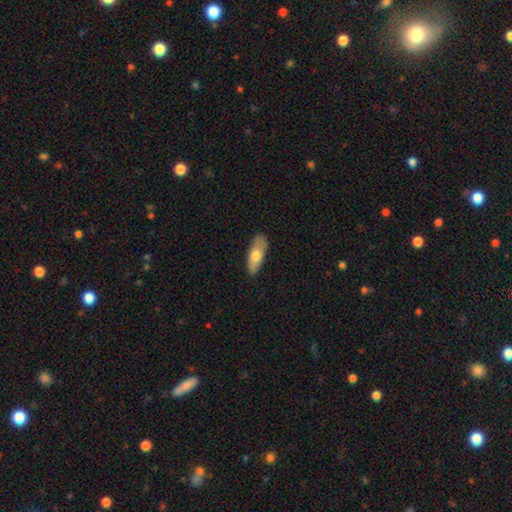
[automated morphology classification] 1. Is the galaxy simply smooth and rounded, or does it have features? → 71% smooth, 23% featured or disk, 6% star or artifact.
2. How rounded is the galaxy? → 68% in between, 29% cigar-shaped, 2% round.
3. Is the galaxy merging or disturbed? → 82% none, 14% minor disturbance, 3% major disturbance, 1% merger.